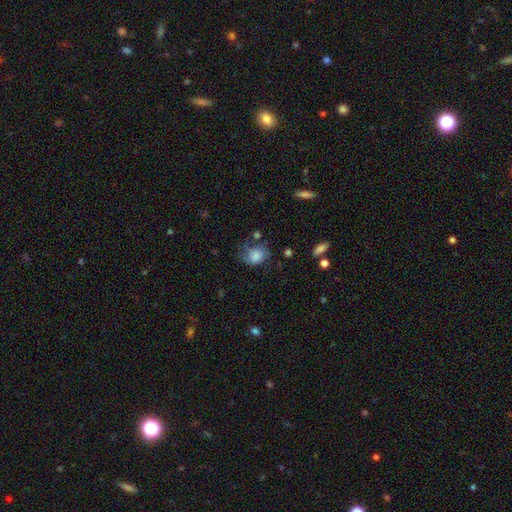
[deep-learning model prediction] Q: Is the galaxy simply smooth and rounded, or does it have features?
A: smooth — 74%.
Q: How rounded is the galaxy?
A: in between — 53%.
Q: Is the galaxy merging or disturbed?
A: none — 41%.